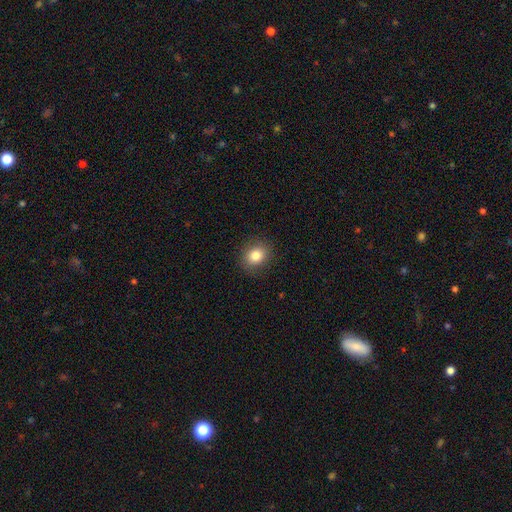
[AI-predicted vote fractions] A smooth galaxy with no disk features (82%) that is round (66%).

Vote fractions:
- Smooth or featured? smooth: 82% / star or artifact: 10% / featured or disk: 7%
- How rounded? round: 66% / in between: 33% / cigar-shaped: 1%
- Merging? none: 89% / minor disturbance: 8% / major disturbance: 3% / merger: 1%